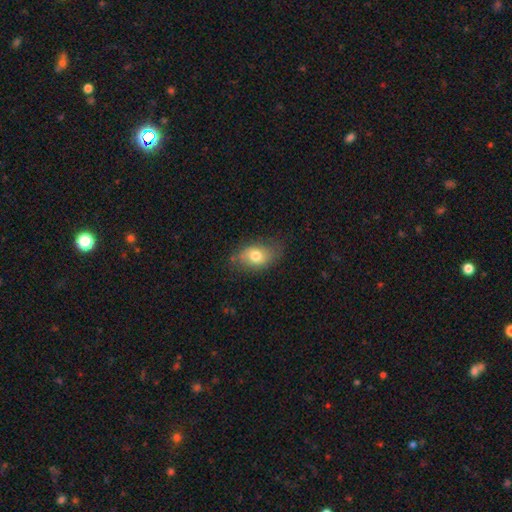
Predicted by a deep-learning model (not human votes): smooth-or-featured: smooth: 72% | featured or disk: 19% | star or artifact: 8%
  how-rounded: in between: 83% | round: 16% | cigar-shaped: 2%
  merging: none: 70% | minor disturbance: 23% | major disturbance: 6% | merger: 2%